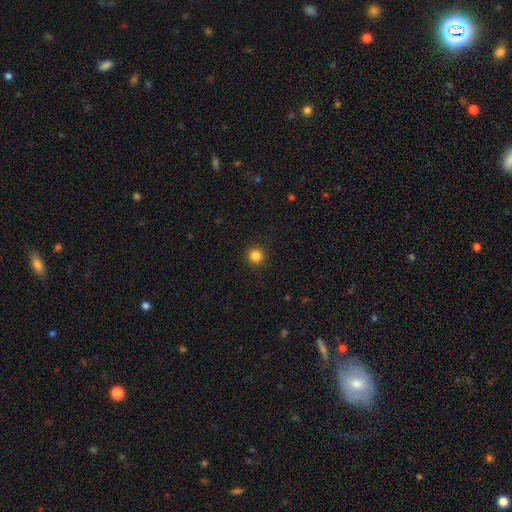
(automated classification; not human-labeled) Smooth or featured? Predicted: smooth (p=0.85). How rounded? Predicted: round (p=0.95). Merging? Predicted: none (p=0.92).